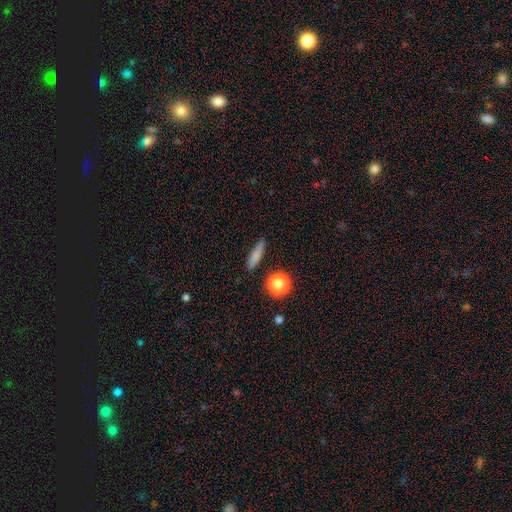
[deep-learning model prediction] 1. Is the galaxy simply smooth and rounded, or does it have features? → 74% smooth, 14% featured or disk, 11% star or artifact.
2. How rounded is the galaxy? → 75% cigar-shaped, 17% in between, 7% round.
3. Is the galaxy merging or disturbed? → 83% none, 12% minor disturbance, 3% major disturbance, 2% merger.